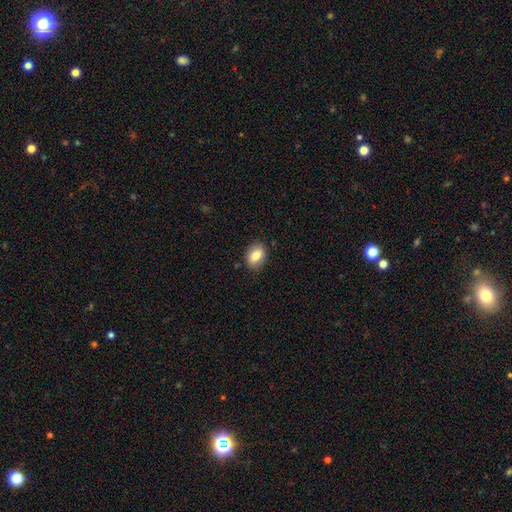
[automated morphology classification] A smooth galaxy with no disk features (79%) that is in between round and cigar-shaped (72%). Merging: none (87%).